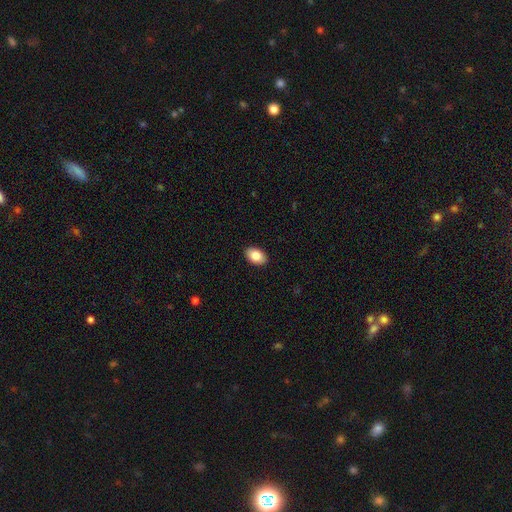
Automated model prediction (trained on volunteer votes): smooth_or_featured: smooth (p=0.85) [alt: featured or disk p=0.08]
how_rounded: in between (p=0.90) [alt: round p=0.09]
merging: none (p=0.91) [alt: minor disturbance p=0.07]